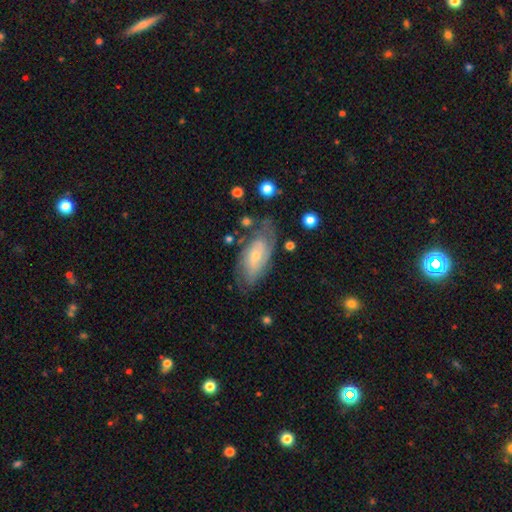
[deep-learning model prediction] Smooth or featured: featured or disk — 69% (smooth — 25%)
Edge-on disk: no — 90% (yes — 10%)
Bar: no — 67% (weak — 28%)
Spiral arms: yes — 87% (no — 13%)
Spiral winding: tight — 54% (medium — 34%)
Spiral arm count: 2 — 42% (can't tell — 40%)
Bulge size: small — 62% (moderate — 32%)
Merging: none — 66% (minor disturbance — 22%)